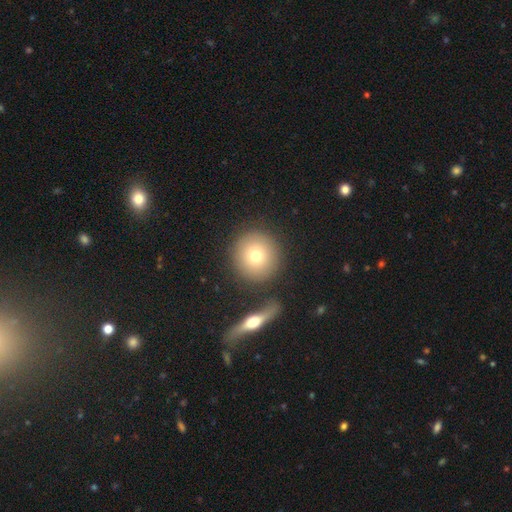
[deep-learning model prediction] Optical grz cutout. It shows a smooth galaxy with no disk features (74%) that is round (93%). Merging: none (82%).